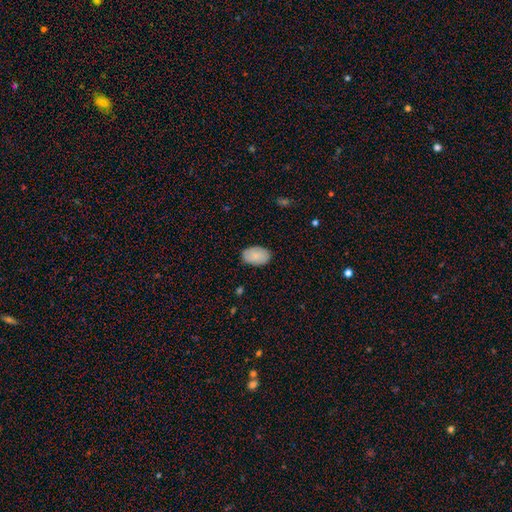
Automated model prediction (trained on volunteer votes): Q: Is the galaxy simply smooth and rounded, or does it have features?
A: smooth — 83%.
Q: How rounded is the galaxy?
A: in between — 92%.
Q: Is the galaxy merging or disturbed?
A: none — 85%.